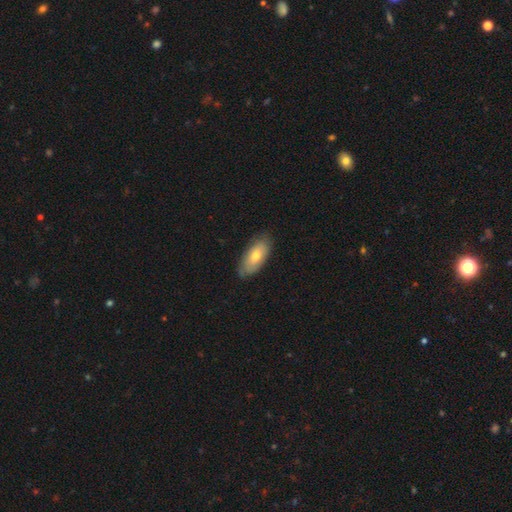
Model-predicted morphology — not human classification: Smooth or featured: smooth — 68% (featured or disk — 26%)
How rounded: in between — 89% (cigar-shaped — 9%)
Merging: none — 80% (minor disturbance — 16%)